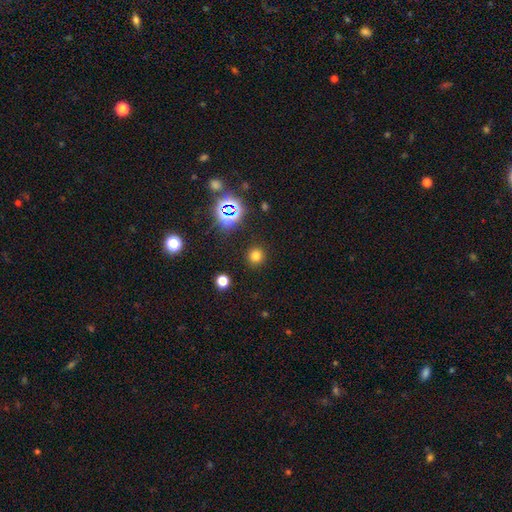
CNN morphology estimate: This appears to be a smooth galaxy with no disk features (72%) that is round (94%). Merging: none (90%).